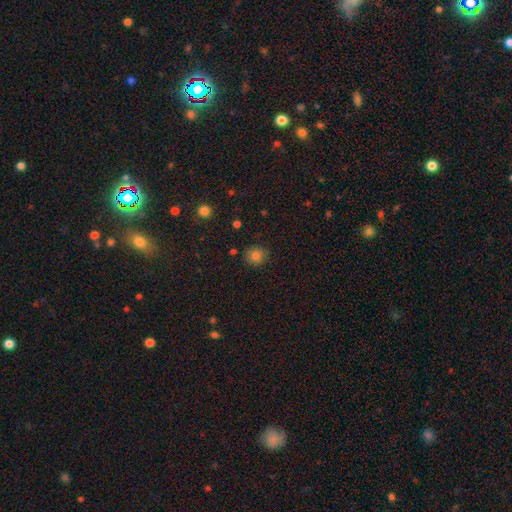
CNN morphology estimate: smooth 83%, star or artifact 12%, featured or disk 5%. Down the decision tree: how rounded — round (90%); merging — none (88%).